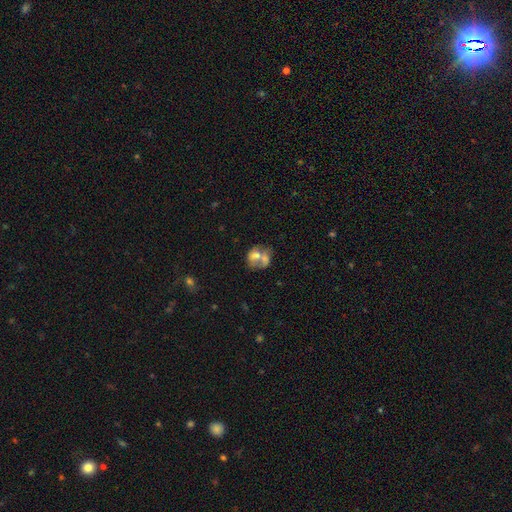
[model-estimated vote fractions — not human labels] Morphology: type=smooth (59%); roundness=in between (56%); merging=merger (66%).